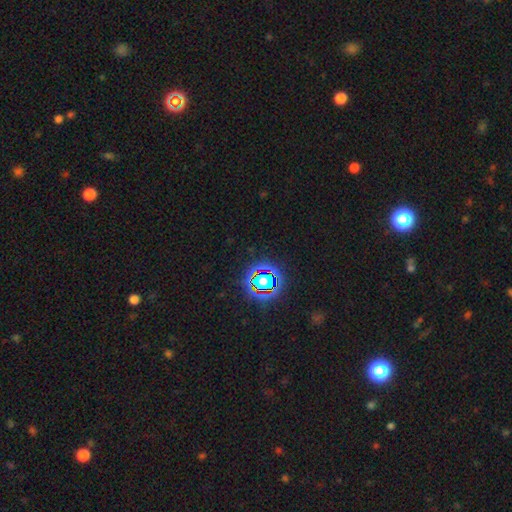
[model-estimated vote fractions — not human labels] Morphology: type=star or artifact (76%).